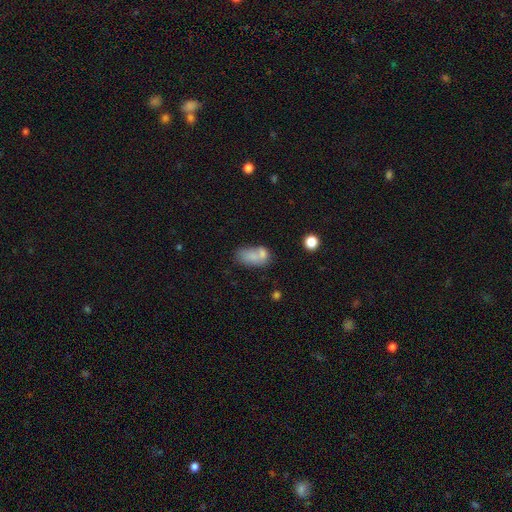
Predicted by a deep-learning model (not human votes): Overall: smooth (74%). How rounded: in between (87%). Merging: merger (42%; none 33%).